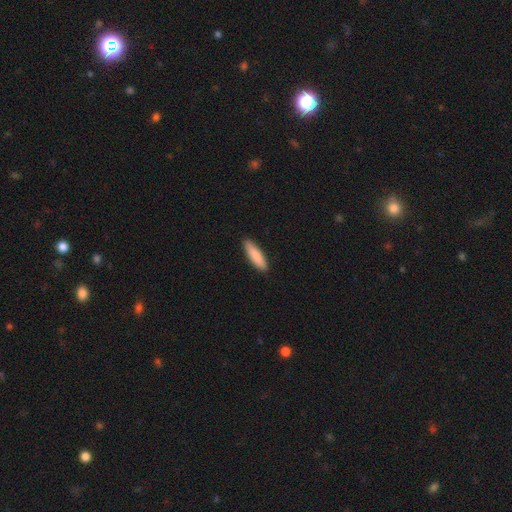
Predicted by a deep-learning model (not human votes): This is clearly a smooth galaxy (87%). How rounded: likely cigar-shaped (68%). Merging: clearly none (90%).